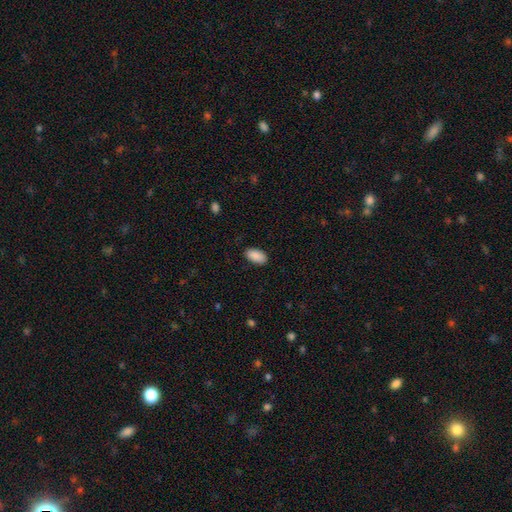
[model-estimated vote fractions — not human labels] Smooth or featured?
  - smooth: 89% *
  - star or artifact: 7%
  - featured or disk: 4%
How rounded?
  - in between: 95% *
  - round: 3%
  - cigar-shaped: 2%
Merging?
  - none: 87% *
  - minor disturbance: 10%
  - major disturbance: 2%
  - merger: 1%